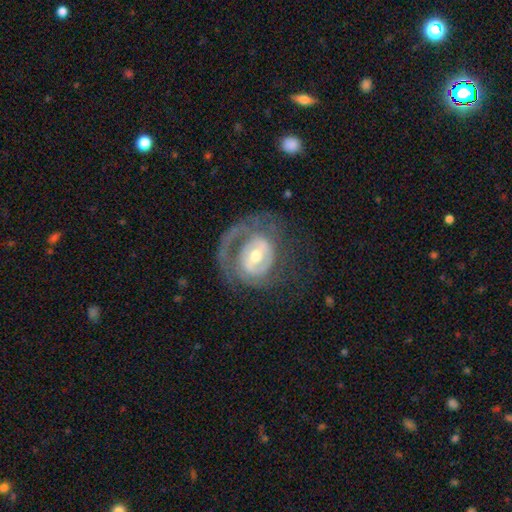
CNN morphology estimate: This appears to be a featured or disk galaxy (78%) with a weak bar (44%), 2 (35%) tight (48%) spiral arms (76%) and a moderate central bulge (65%). Merging: none (48%).